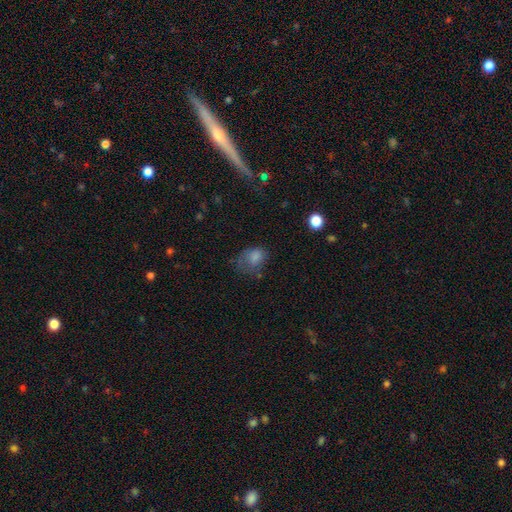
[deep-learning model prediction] The model was most divided on "merging": none: 41%, minor disturbance: 28%, major disturbance: 28%, merger: 3%. More confident: smooth or featured — smooth (70%); how rounded — in between (66%).